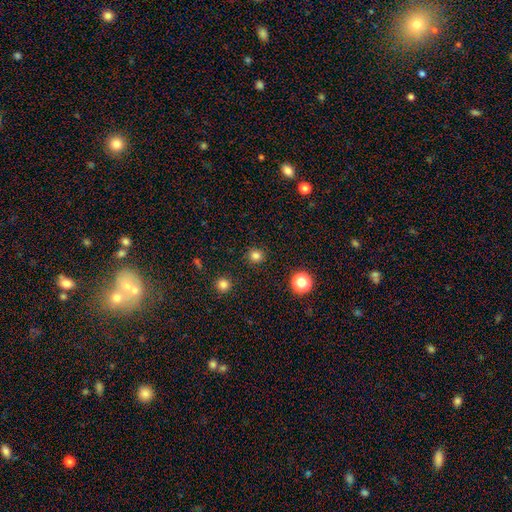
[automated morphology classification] A smooth galaxy with no disk features (80%) that is round (93%). Merging: none (91%).